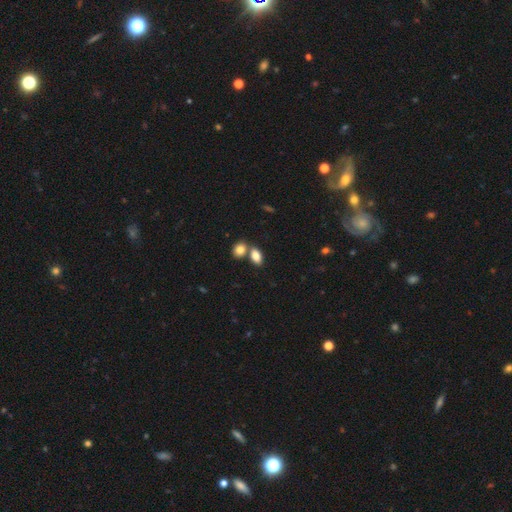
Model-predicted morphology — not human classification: A smooth galaxy with no disk features (84%) that is in between round and cigar-shaped (86%). Merging: none (49%).